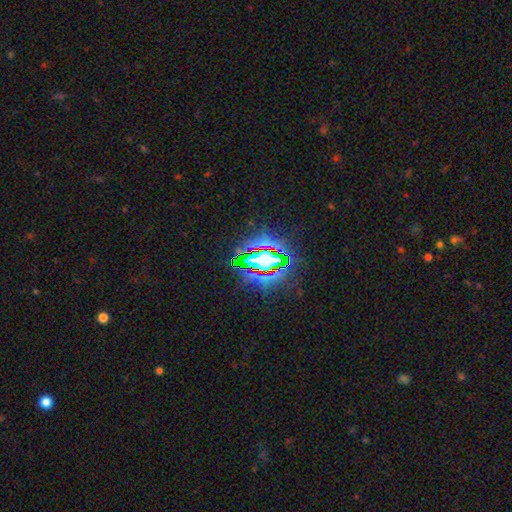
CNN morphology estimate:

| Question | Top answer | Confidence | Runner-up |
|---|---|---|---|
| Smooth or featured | star or artifact | 84% | smooth (9%) |